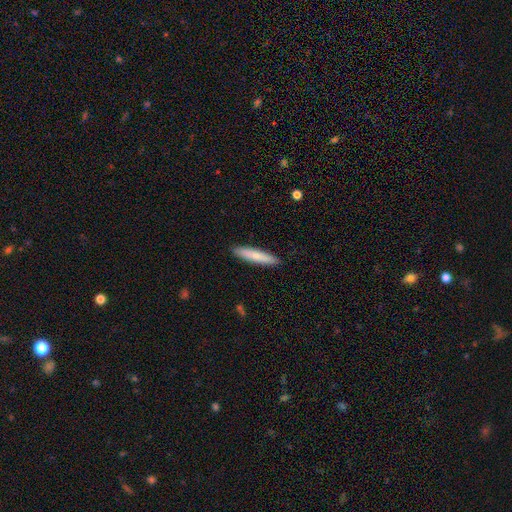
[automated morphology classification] Q: Smooth or featured?
A: smooth (79%); runner-up: featured or disk (16%)
Q: How rounded?
A: cigar-shaped (91%); runner-up: in between (8%)
Q: Merging?
A: none (91%); runner-up: minor disturbance (7%)